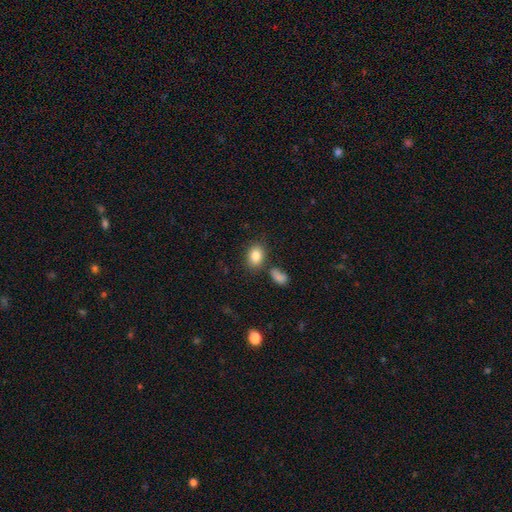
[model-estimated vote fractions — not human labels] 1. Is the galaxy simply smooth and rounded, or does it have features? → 85% smooth, 9% star or artifact, 6% featured or disk.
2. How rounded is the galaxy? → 71% in between, 28% round, 1% cigar-shaped.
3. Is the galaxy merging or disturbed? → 73% none, 13% minor disturbance, 10% merger, 4% major disturbance.